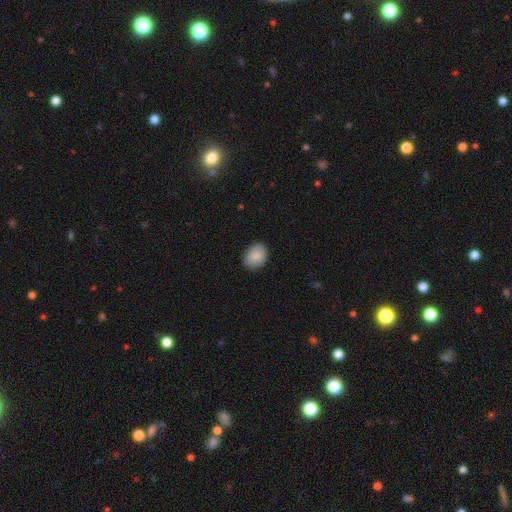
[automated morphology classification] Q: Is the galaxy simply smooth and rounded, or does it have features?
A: smooth — 89%.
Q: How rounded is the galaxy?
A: in between — 62%.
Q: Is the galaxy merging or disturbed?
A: none — 87%.